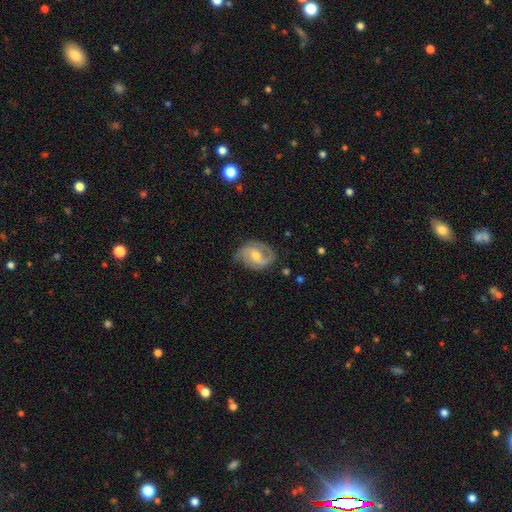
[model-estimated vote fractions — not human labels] This appears to be a featured or disk galaxy (81%) with a weak bar (47%), 2 (74%) medium (50%) spiral arms (94%) and a moderate central bulge (61%). Merging: none (67%).